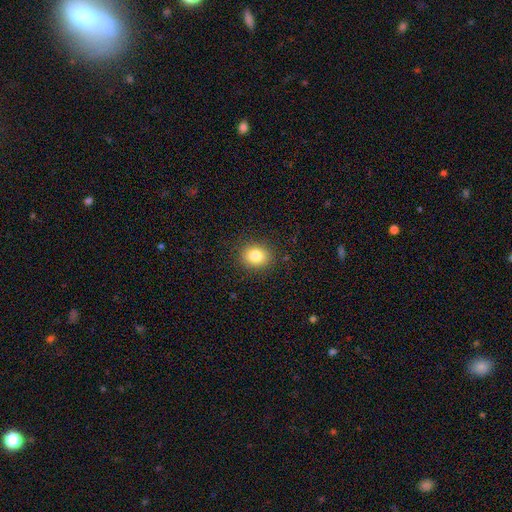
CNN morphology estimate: Smooth or featured?
  - smooth: 82% *
  - star or artifact: 11%
  - featured or disk: 7%
How rounded?
  - round: 66% *
  - in between: 33%
  - cigar-shaped: 1%
Merging?
  - none: 89% *
  - minor disturbance: 8%
  - major disturbance: 2%
  - merger: 1%